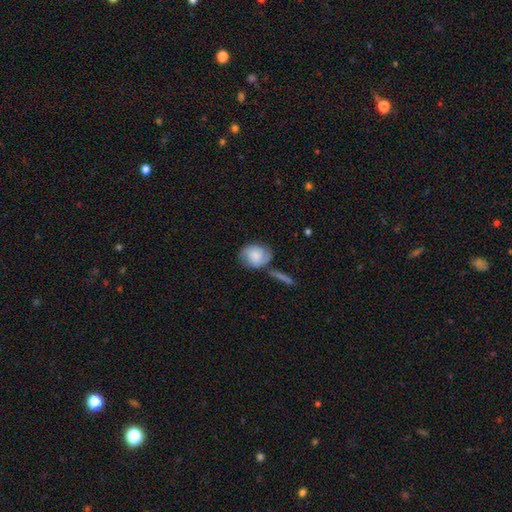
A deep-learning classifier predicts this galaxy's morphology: This is possibly a smooth galaxy (56%). How rounded: possibly round (53%). Merging: possibly none (59%).